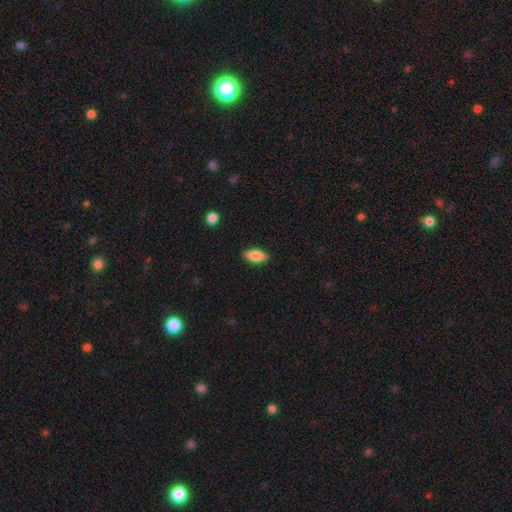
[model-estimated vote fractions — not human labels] Smooth or featured? smooth (81%)
How rounded? in between (87%)
Merging? none (87%)